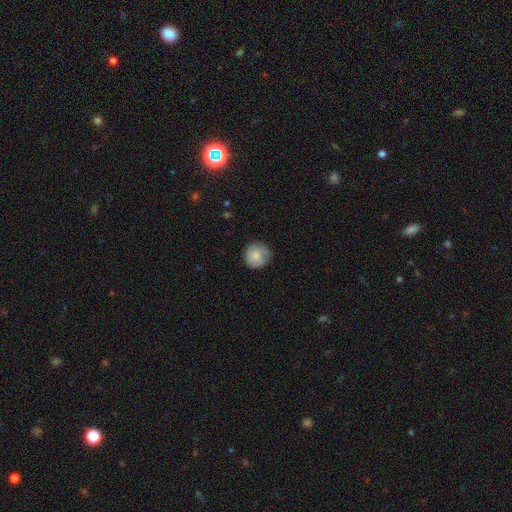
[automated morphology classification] Smooth or featured? Predicted: smooth (p=0.81). How rounded? Predicted: round (p=0.92). Merging? Predicted: none (p=0.81).